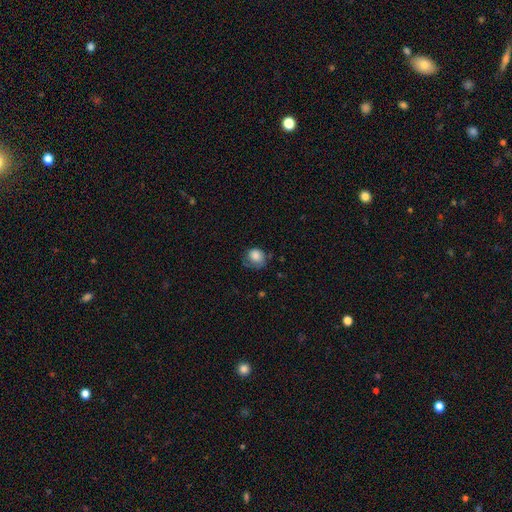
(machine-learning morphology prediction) Smooth or featured? smooth (81%)
How rounded? round (64%)
Merging? none (46%)